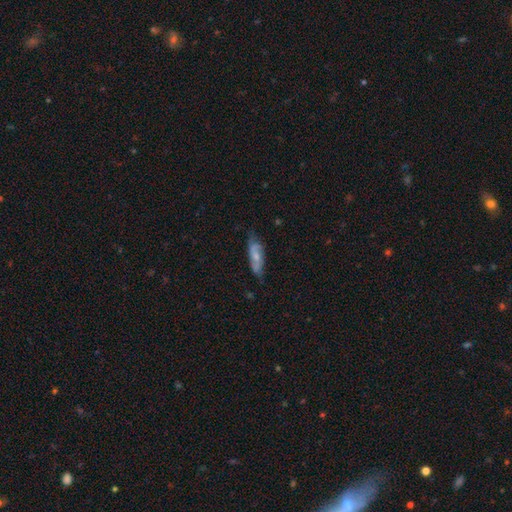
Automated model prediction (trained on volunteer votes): Smooth or featured? featured or disk (47%)
Merging? none (66%)